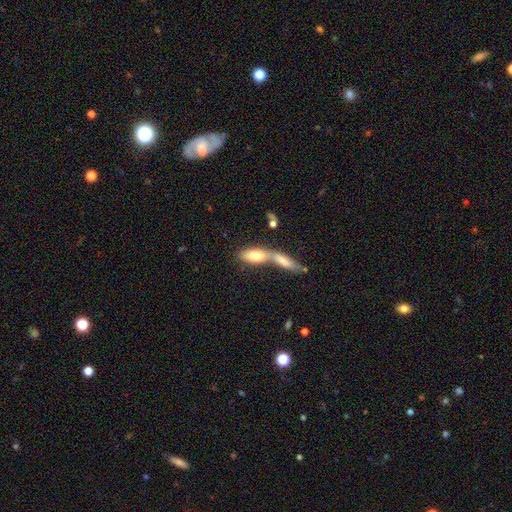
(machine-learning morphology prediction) This is likely a smooth galaxy (71%). How rounded: likely in between (72%). Merging: possibly merger (59%).